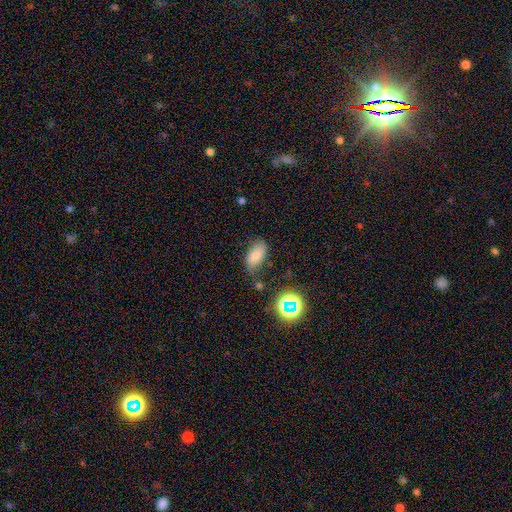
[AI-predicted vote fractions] smooth_or_featured: smooth (p=0.75) [alt: star or artifact p=0.14]
how_rounded: in between (p=0.91) [alt: round p=0.05]
merging: none (p=0.68) [alt: minor disturbance p=0.22]